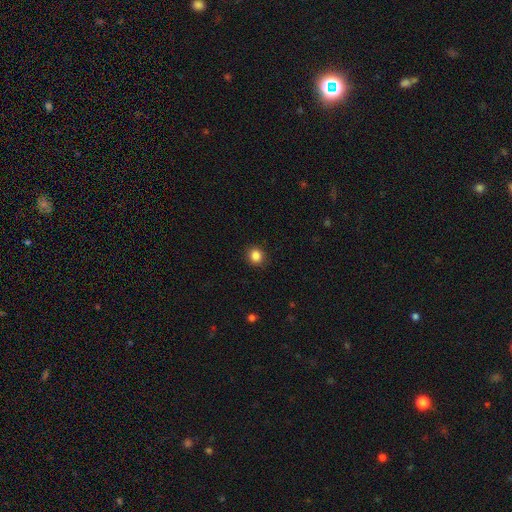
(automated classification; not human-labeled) Smooth or featured? Predicted: smooth (p=0.86). How rounded? Predicted: round (p=0.87). Merging? Predicted: none (p=0.90).